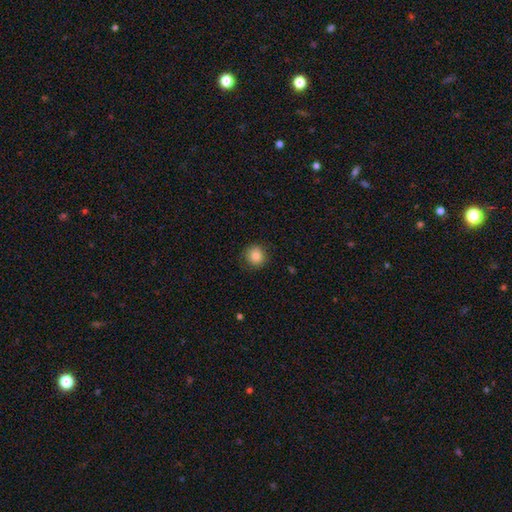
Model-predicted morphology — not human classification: This appears to be a smooth galaxy with no disk features (83%) that is round (92%). Merging: none (83%).